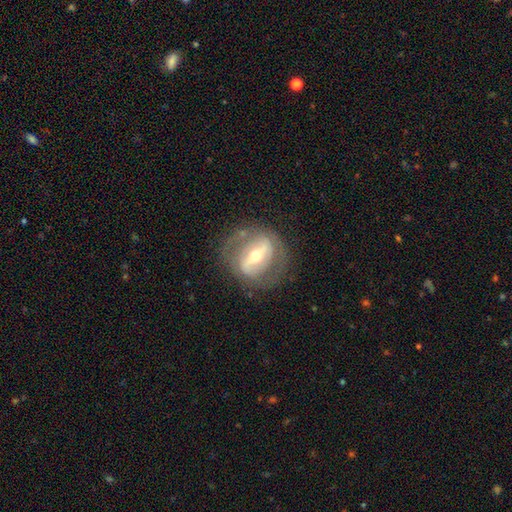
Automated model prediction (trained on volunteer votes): Smooth or featured: featured or disk — 77% (smooth — 17%)
Edge-on disk: no — 92% (yes — 8%)
Bar: strong — 59% (weak — 27%)
Spiral arms: yes — 60% (no — 40%)
Bulge size: moderate — 63% (small — 32%)
Merging: none — 71% (minor disturbance — 16%)